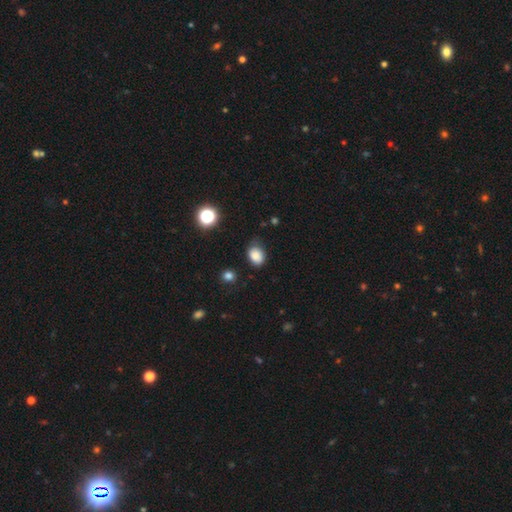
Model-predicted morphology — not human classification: This appears to be a smooth galaxy with no disk features (84%) that is in between round and cigar-shaped (66%). Merging: none (67%).